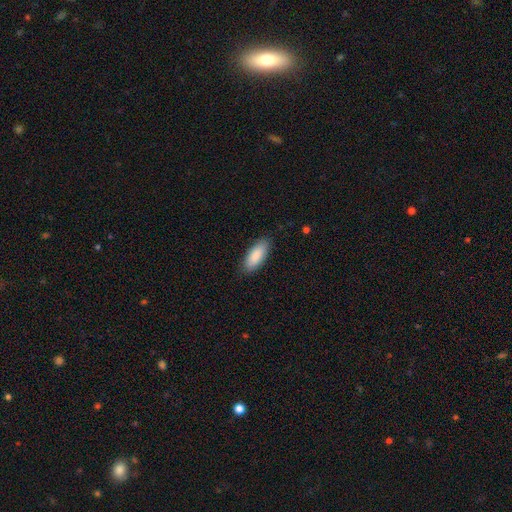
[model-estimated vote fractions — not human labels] A smooth galaxy with no disk features (89%) that is in between round and cigar-shaped (82%).

Vote fractions:
- Smooth or featured? smooth: 89% / featured or disk: 6% / star or artifact: 5%
- How rounded? in between: 82% / cigar-shaped: 17% / round: 2%
- Merging? none: 87% / minor disturbance: 10% / major disturbance: 2% / merger: 1%